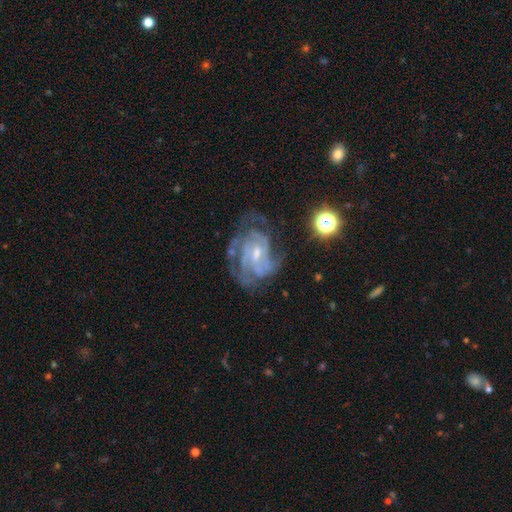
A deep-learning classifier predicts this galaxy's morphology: smooth-or-featured: featured or disk: 84% | star or artifact: 8% | smooth: 8%
  disk-edge-on: no: 98% | yes: 2%
    bar: weak: 50% | no: 37% | strong: 13%
    has-spiral-arms: yes: 93% | no: 7%
      spiral-winding: tight: 55% | medium: 37% | loose: 8%
      spiral-arm-count: can't tell: 34% | 3: 24% | 2: 18% | 4: 14% | more than 4: 5% | 1: 5%
    bulge-size: small: 57% | moderate: 33% | none: 8% | large: 2% | dominant: 1%
  merging: none: 55% | minor disturbance: 22% | major disturbance: 20% | merger: 3%